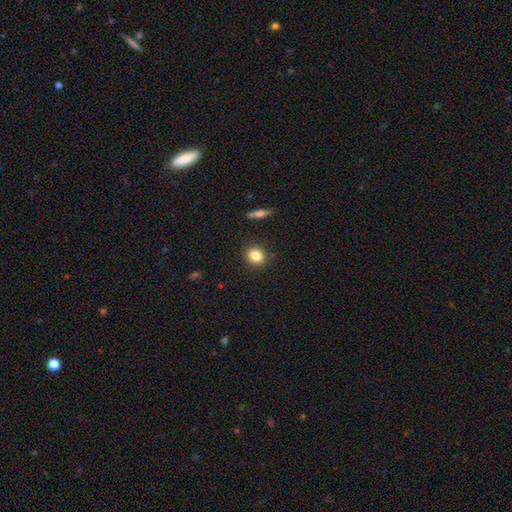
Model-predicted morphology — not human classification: Overall: smooth (82%). How rounded: round (74%). Merging: none (89%).